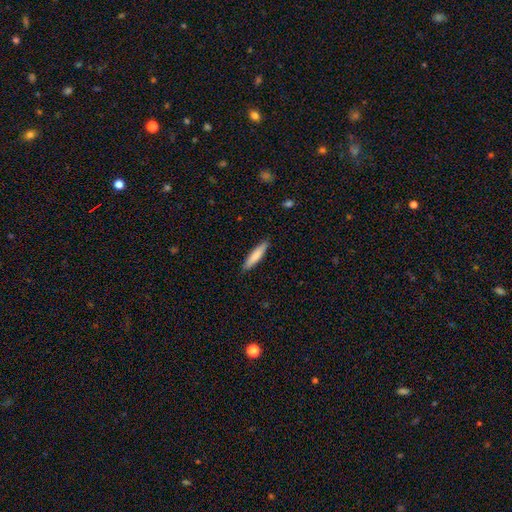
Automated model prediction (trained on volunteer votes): smooth-or-featured: smooth: 80% | featured or disk: 15% | star or artifact: 5%
  how-rounded: cigar-shaped: 82% | in between: 17% | round: 1%
  merging: none: 88% | minor disturbance: 9% | major disturbance: 2% | merger: 1%